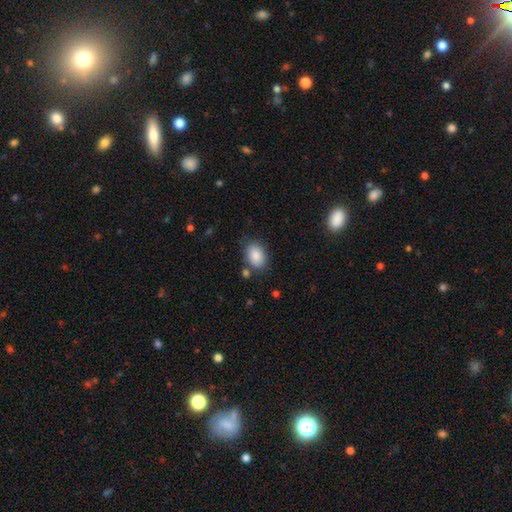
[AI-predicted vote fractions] smooth 87%, star or artifact 7%, featured or disk 5%. Down the decision tree: how rounded — in between (81%); merging — none (75%).